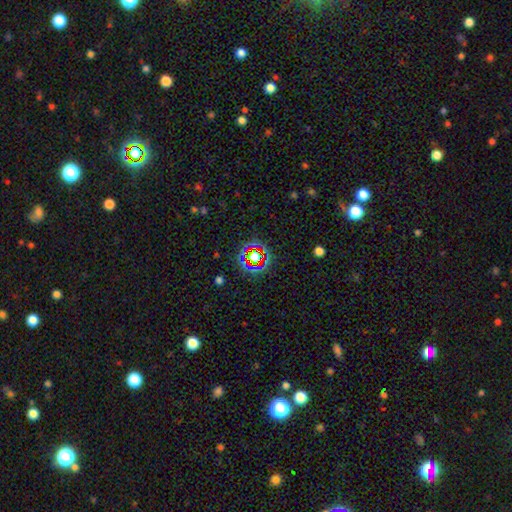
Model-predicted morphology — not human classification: type=star or artifact (61%).